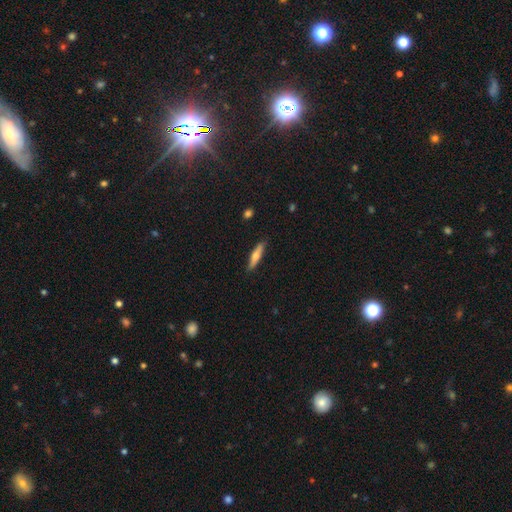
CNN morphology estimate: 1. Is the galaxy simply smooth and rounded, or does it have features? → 60% smooth, 34% featured or disk, 6% star or artifact.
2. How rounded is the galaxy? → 84% cigar-shaped, 14% in between, 2% round.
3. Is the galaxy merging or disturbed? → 87% none, 10% minor disturbance, 2% major disturbance, 1% merger.